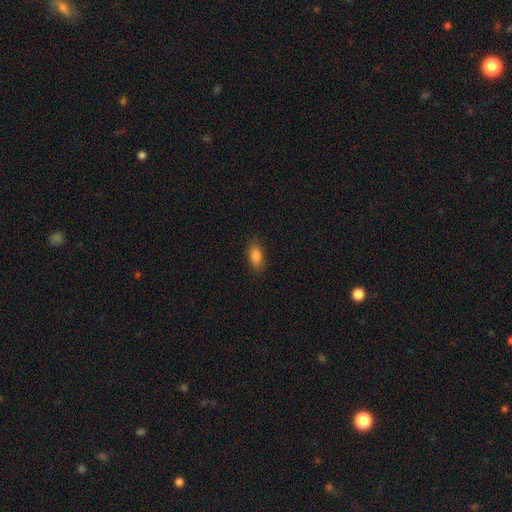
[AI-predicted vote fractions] Smooth or featured? Predicted: smooth (p=0.87). How rounded? Predicted: in between (p=0.87). Merging? Predicted: none (p=0.86).